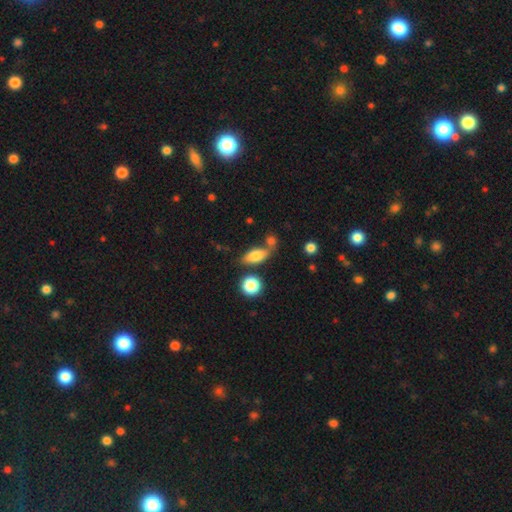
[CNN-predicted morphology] Smooth or featured: smooth — 77% (featured or disk — 13%)
How rounded: in between — 80% (cigar-shaped — 12%)
Merging: none — 58% (merger — 21%)